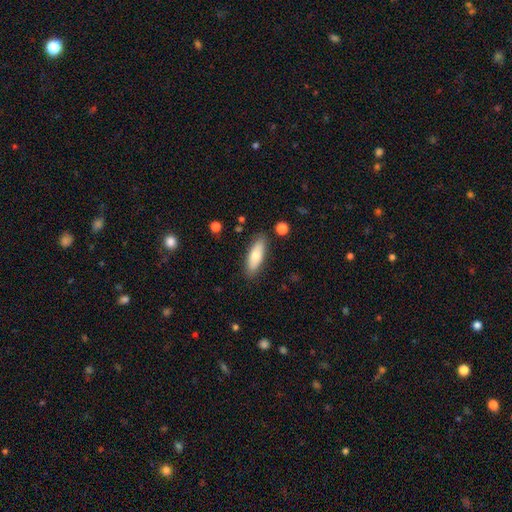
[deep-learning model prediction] Smooth or featured: smooth — 72% (featured or disk — 22%)
How rounded: in between — 62% (cigar-shaped — 36%)
Merging: none — 84% (minor disturbance — 11%)